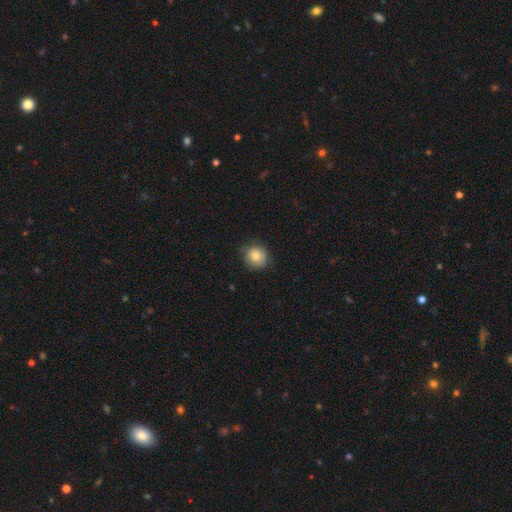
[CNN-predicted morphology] smooth_or_featured: smooth (p=0.81) [alt: featured or disk p=0.10]
how_rounded: round (p=0.88) [alt: in between p=0.11]
merging: none (p=0.73) [alt: minor disturbance p=0.22]